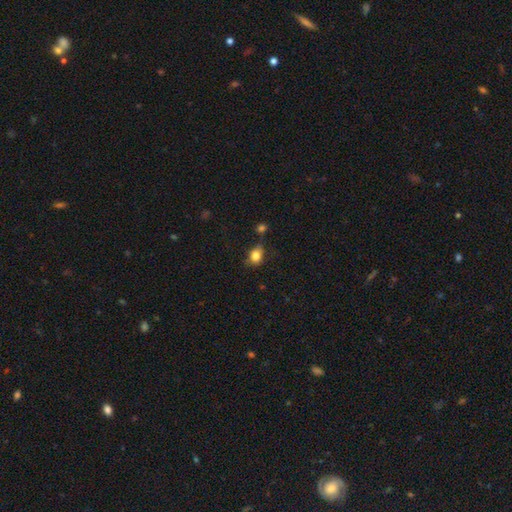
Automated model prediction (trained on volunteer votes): smooth 81%, star or artifact 10%, featured or disk 9%. Down the decision tree: how rounded — in between (55%); merging — none (60%).